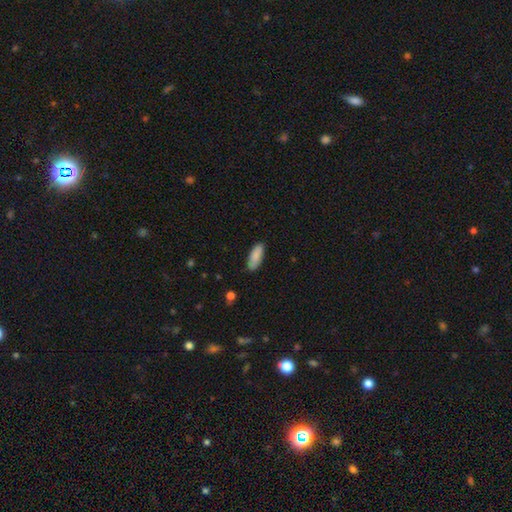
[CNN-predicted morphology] type=smooth (87%); roundness=in between (74%); merging=none (85%).